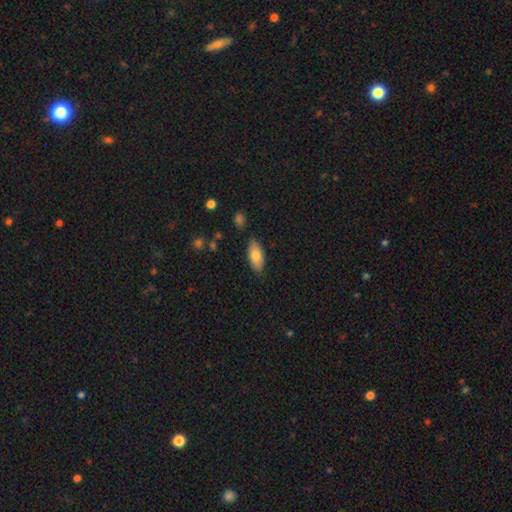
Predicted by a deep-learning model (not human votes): Overall: smooth (77%). How rounded: in between (86%). Merging: none (84%).